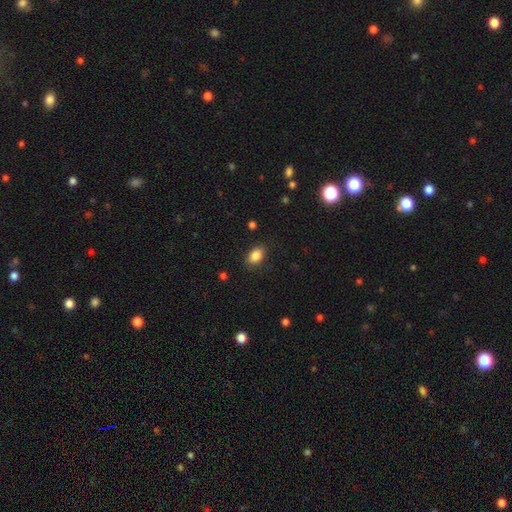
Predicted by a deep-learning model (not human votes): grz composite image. It shows a smooth galaxy with no disk features (86%) that is in between round and cigar-shaped (82%). Merging: none (84%).